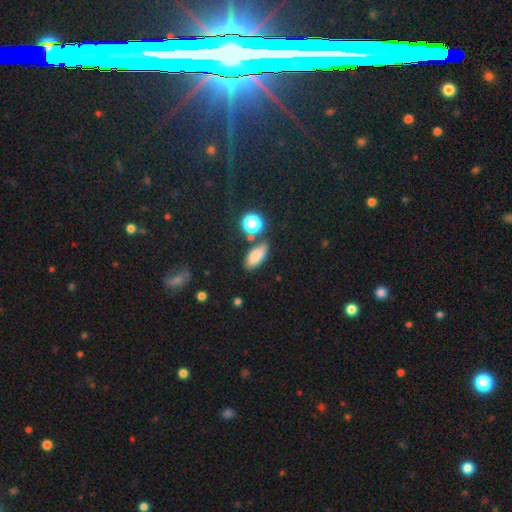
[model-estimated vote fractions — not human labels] Smooth or featured? smooth (80%)
How rounded? in between (83%)
Merging? none (73%)